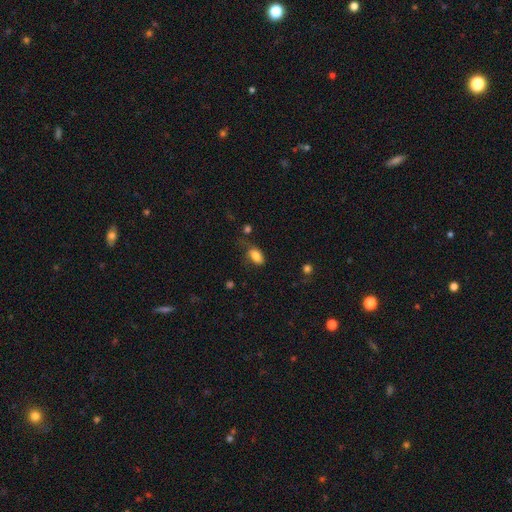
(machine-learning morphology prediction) Smooth or featured? smooth (82%)
How rounded? in between (90%)
Merging? none (53%)